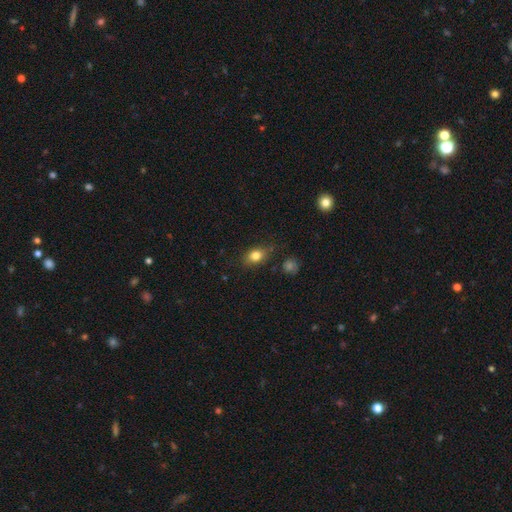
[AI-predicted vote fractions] A smooth galaxy with no disk features (81%) that is in between round and cigar-shaped (67%). Merging: none (79%).